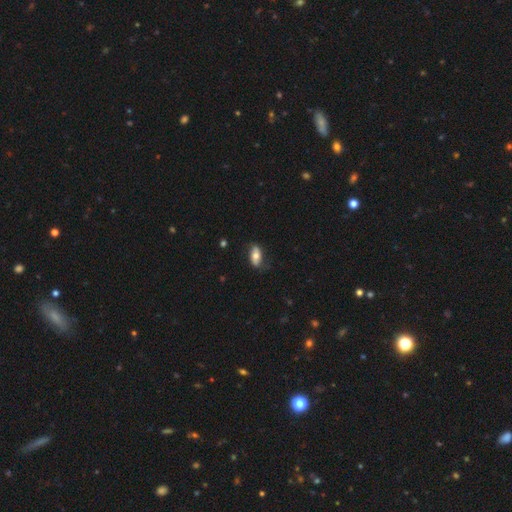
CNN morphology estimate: smooth 70%, featured or disk 23%, star or artifact 7%. Down the decision tree: how rounded — in between (88%); merging — none (75%).